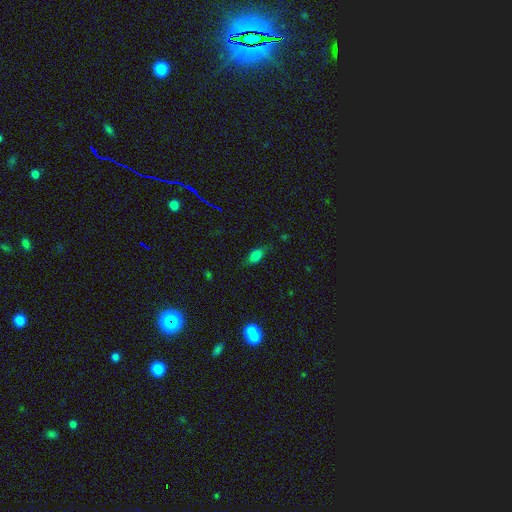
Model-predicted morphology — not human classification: A smooth galaxy with no disk features (73%) that is in between round and cigar-shaped (83%).

Vote fractions:
- Smooth or featured? smooth: 73% / star or artifact: 15% / featured or disk: 12%
- How rounded? in between: 83% / round: 9% / cigar-shaped: 8%
- Merging? none: 70% / minor disturbance: 22% / major disturbance: 6% / merger: 2%